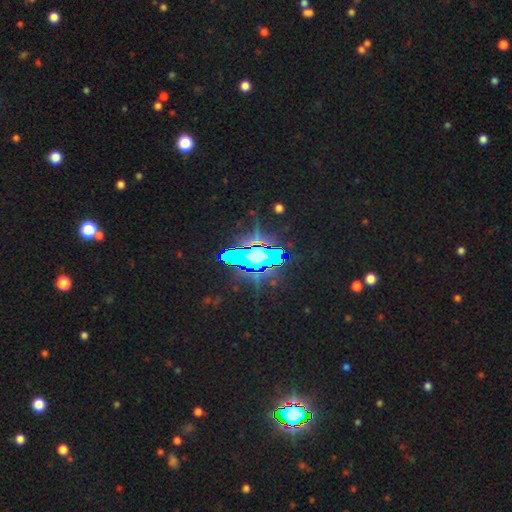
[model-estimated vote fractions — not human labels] A star or artifact, not a galaxy (58%).

Vote fractions:
- Smooth or featured? star or artifact: 58% / featured or disk: 22% / smooth: 20%